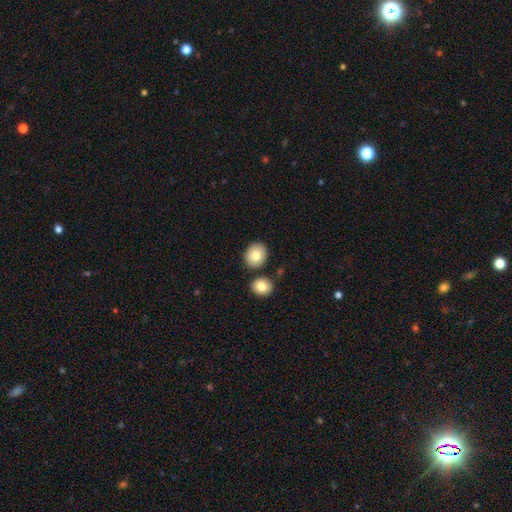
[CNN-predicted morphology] smooth 81%, featured or disk 11%, star or artifact 8%. Down the decision tree: how rounded — round (64%); merging — none (80%).